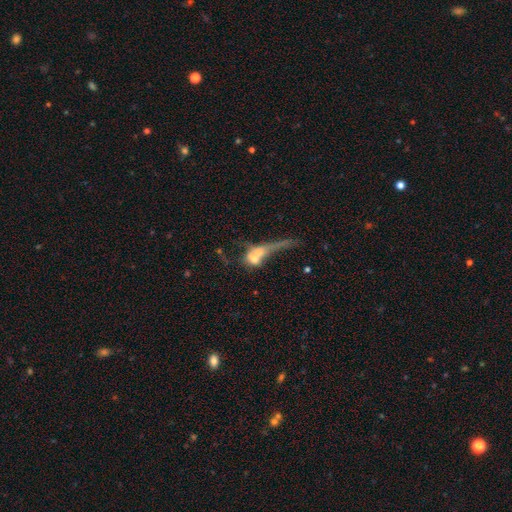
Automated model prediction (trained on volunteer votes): Morphology: type=smooth (47%); merging=merger (55%).